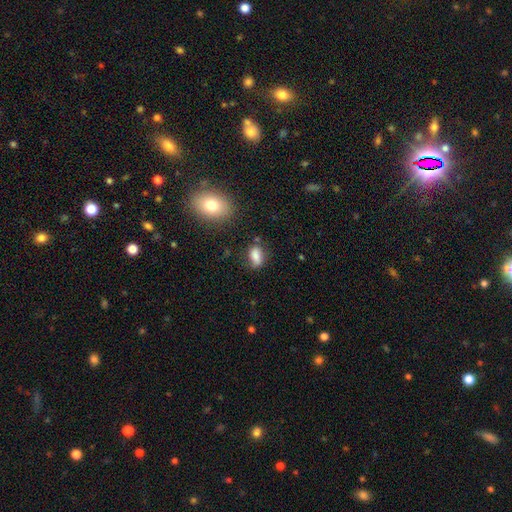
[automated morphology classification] A smooth galaxy with no disk features (76%) that is in between round and cigar-shaped (83%).

Vote fractions:
- Smooth or featured? smooth: 76% / featured or disk: 14% / star or artifact: 10%
- How rounded? in between: 83% / round: 12% / cigar-shaped: 5%
- Merging? none: 62% / minor disturbance: 25% / major disturbance: 8% / merger: 5%